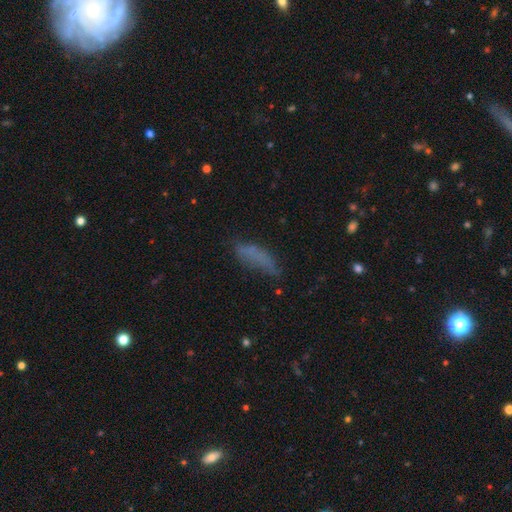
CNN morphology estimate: Q: Smooth or featured?
A: smooth (68%); runner-up: featured or disk (19%)
Q: How rounded?
A: cigar-shaped (54%); runner-up: in between (44%)
Q: Merging?
A: none (52%); runner-up: minor disturbance (28%)